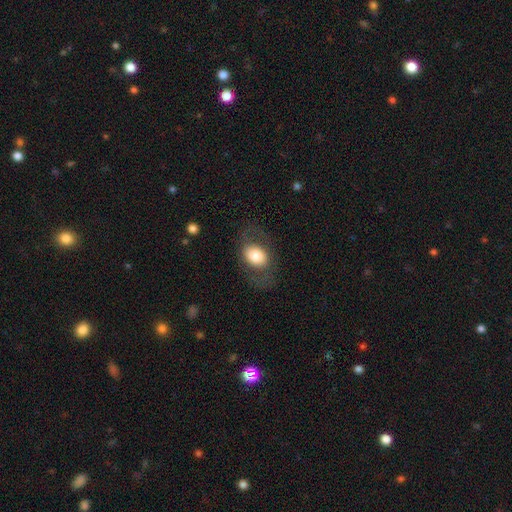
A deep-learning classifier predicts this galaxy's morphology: A smooth galaxy with no disk features (68%) that is in between round and cigar-shaped (67%).

Vote fractions:
- Smooth or featured? smooth: 68% / featured or disk: 25% / star or artifact: 7%
- How rounded? in between: 67% / round: 32% / cigar-shaped: 1%
- Merging? none: 73% / minor disturbance: 14% / major disturbance: 12% / merger: 1%